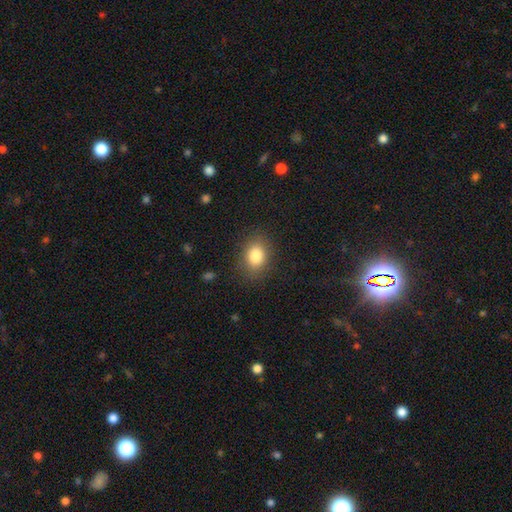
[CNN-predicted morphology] smooth_or_featured: smooth (p=0.84) [alt: star or artifact p=0.09]
how_rounded: in between (p=0.64) [alt: round p=0.34]
merging: none (p=0.85) [alt: minor disturbance p=0.11]